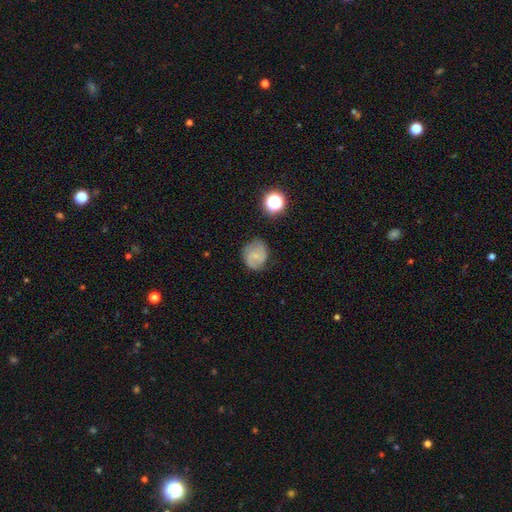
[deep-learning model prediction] smooth_or_featured: smooth (p=0.45) [alt: featured or disk p=0.44]
merging: none (p=0.72) [alt: minor disturbance p=0.20]